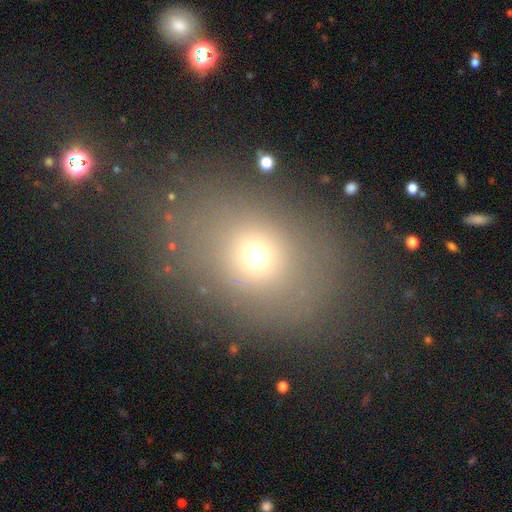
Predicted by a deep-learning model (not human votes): A smooth galaxy with no disk features (65%) that is round (53%). Merging: none (74%).